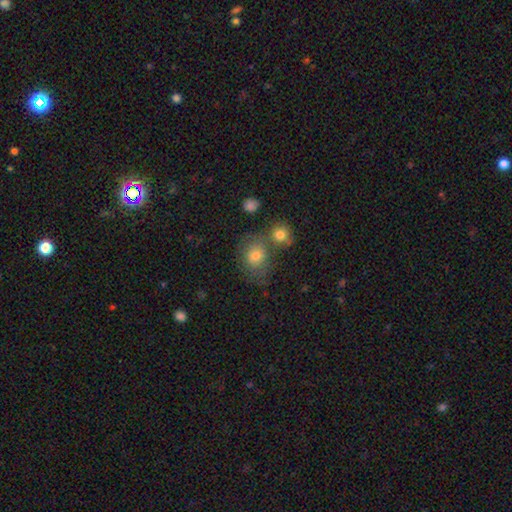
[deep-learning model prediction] Smooth or featured?
  - smooth: 72% *
  - featured or disk: 16%
  - star or artifact: 12%
How rounded?
  - round: 68% *
  - in between: 31%
  - cigar-shaped: 1%
Merging?
  - none: 50% *
  - merger: 27%
  - minor disturbance: 15%
  - major disturbance: 8%